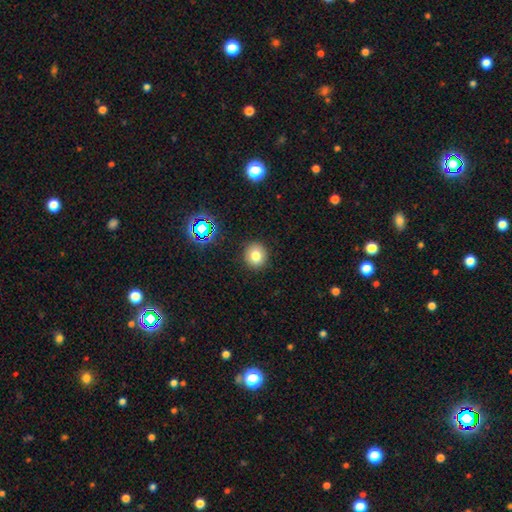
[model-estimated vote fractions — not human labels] smooth 76%, star or artifact 15%, featured or disk 9%. Down the decision tree: how rounded — round (86%); merging — none (90%).